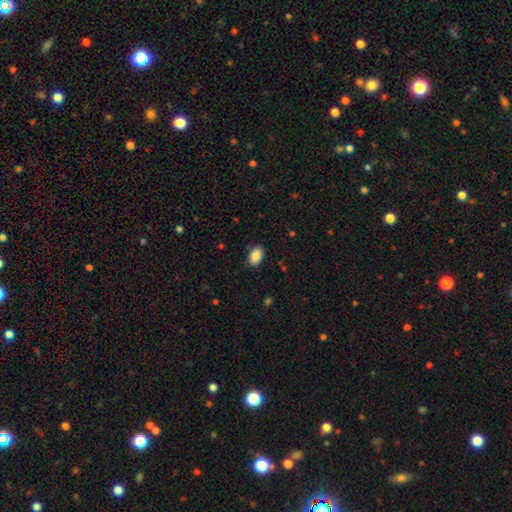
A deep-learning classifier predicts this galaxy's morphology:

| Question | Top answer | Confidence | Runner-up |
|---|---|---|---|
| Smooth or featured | smooth | 87% | star or artifact (7%) |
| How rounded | in between | 91% | round (8%) |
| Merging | none | 84% | minor disturbance (12%) |